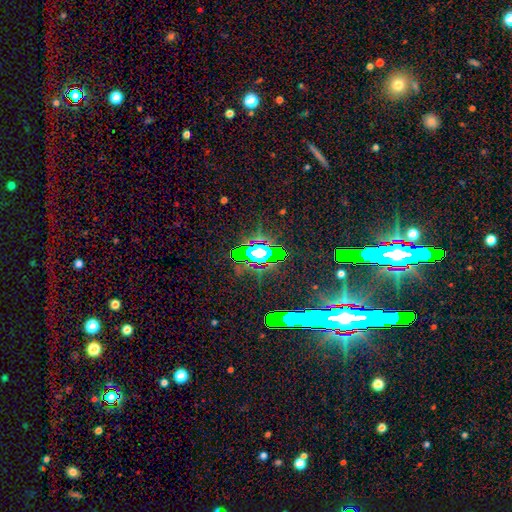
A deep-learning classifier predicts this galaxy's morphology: smooth-or-featured: star or artifact: 62% | smooth: 22% | featured or disk: 16%